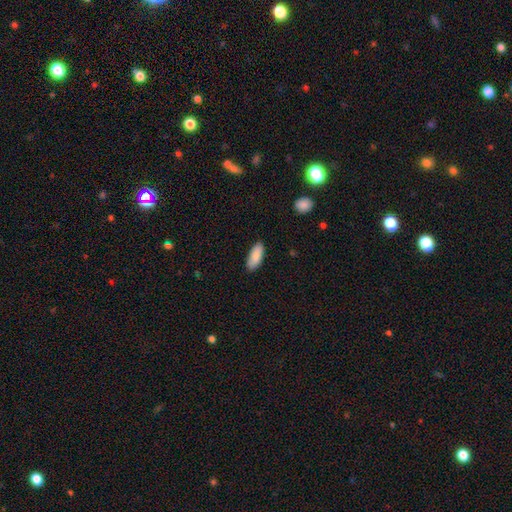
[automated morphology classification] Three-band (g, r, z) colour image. It shows a smooth galaxy with no disk features (89%) that is in between round and cigar-shaped (81%). Merging: none (87%).